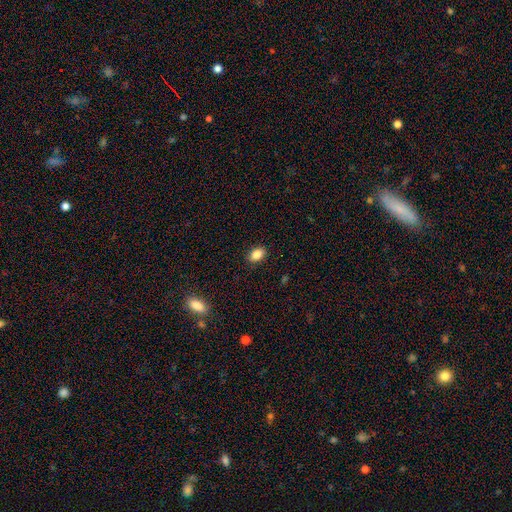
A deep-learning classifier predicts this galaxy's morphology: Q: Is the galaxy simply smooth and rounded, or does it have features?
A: smooth — 87%.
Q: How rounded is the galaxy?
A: in between — 82%.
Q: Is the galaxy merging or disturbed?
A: none — 89%.